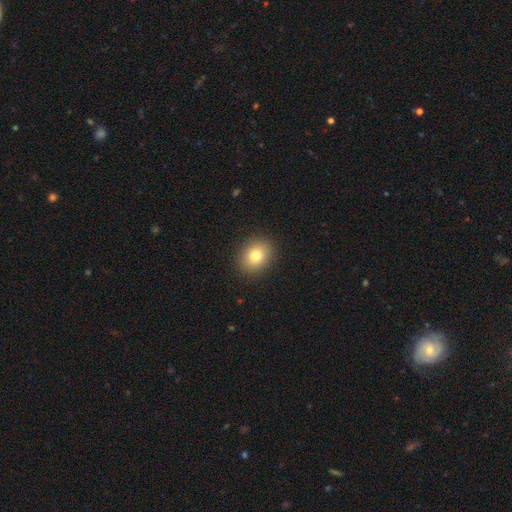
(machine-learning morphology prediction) Smooth or featured?
  - smooth: 80% *
  - star or artifact: 11%
  - featured or disk: 10%
How rounded?
  - round: 63% *
  - in between: 36%
  - cigar-shaped: 1%
Merging?
  - none: 90% *
  - minor disturbance: 7%
  - major disturbance: 2%
  - merger: 1%